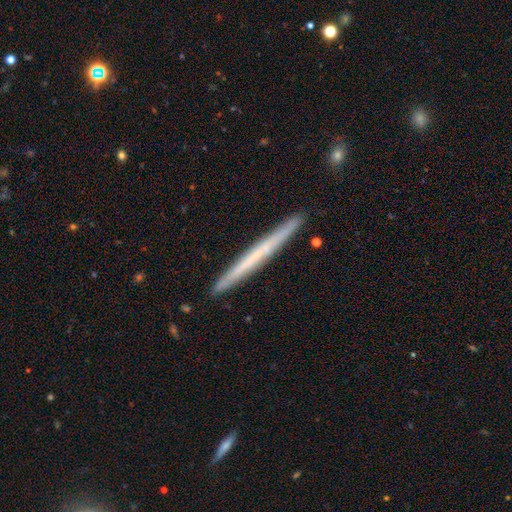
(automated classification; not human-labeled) smooth-or-featured: smooth: 49% | featured or disk: 45% | star or artifact: 6%
  merging: none: 92% | minor disturbance: 6% | major disturbance: 1% | merger: 1%